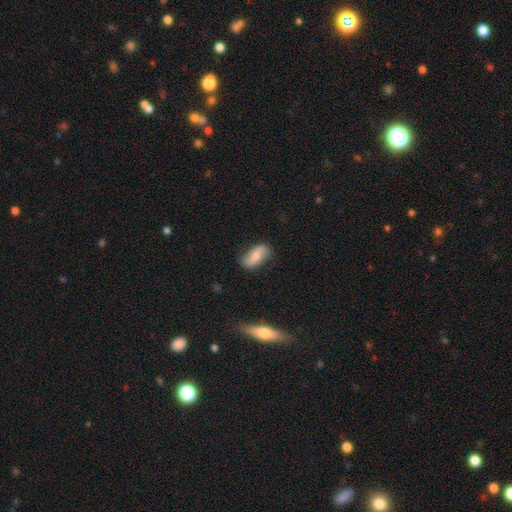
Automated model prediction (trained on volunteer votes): Smooth or featured?
  - featured or disk: 50% *
  - smooth: 43%
  - star or artifact: 7%
Edge-on disk?
  - no: 92% *
  - yes: 8%
Merging?
  - none: 77% *
  - minor disturbance: 17%
  - major disturbance: 4%
  - merger: 2%